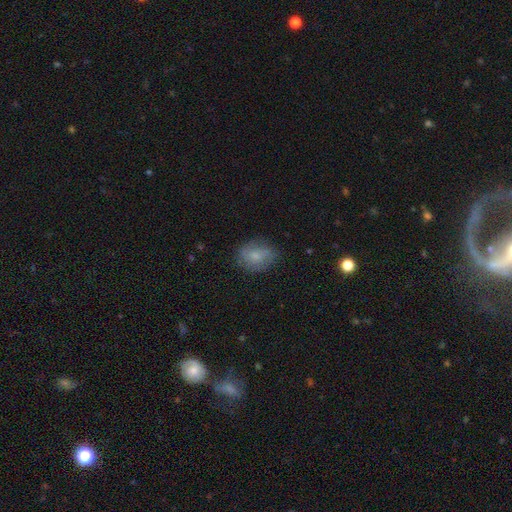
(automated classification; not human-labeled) smooth 61%, featured or disk 30%, star or artifact 9%. Down the decision tree: how rounded — in between (56%); merging — none (71%).